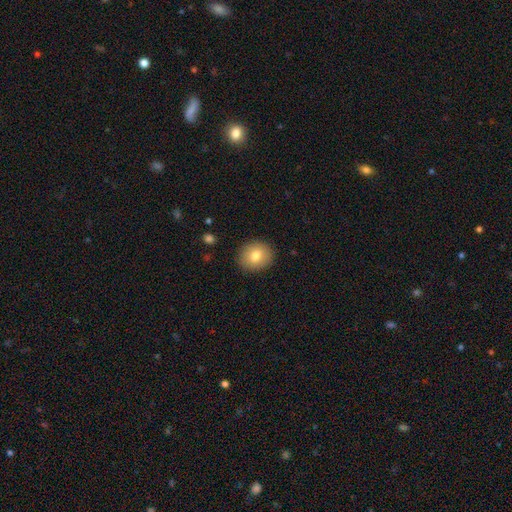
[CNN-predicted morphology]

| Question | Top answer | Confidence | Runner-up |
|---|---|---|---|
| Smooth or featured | smooth | 78% | featured or disk (13%) |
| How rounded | round | 67% | in between (32%) |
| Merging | none | 89% | minor disturbance (7%) |